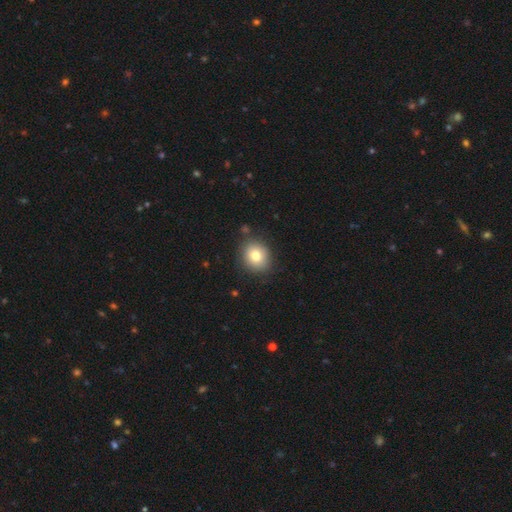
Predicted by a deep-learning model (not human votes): A smooth galaxy with no disk features (79%) that is round (73%). Merging: none (84%).